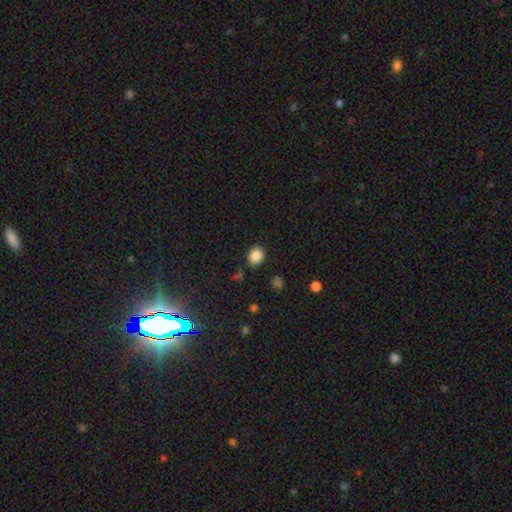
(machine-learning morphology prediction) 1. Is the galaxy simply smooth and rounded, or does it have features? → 86% smooth, 10% star or artifact, 4% featured or disk.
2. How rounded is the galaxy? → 54% round, 45% in between, 1% cigar-shaped.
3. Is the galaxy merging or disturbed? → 85% none, 10% minor disturbance, 3% major disturbance, 3% merger.